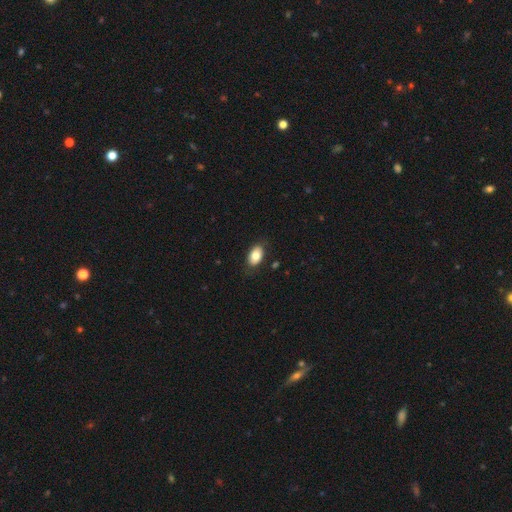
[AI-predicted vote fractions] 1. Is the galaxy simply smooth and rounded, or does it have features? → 82% smooth, 11% featured or disk, 7% star or artifact.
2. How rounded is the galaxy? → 91% in between, 8% round, 1% cigar-shaped.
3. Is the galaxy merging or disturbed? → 83% none, 12% minor disturbance, 3% major disturbance, 1% merger.